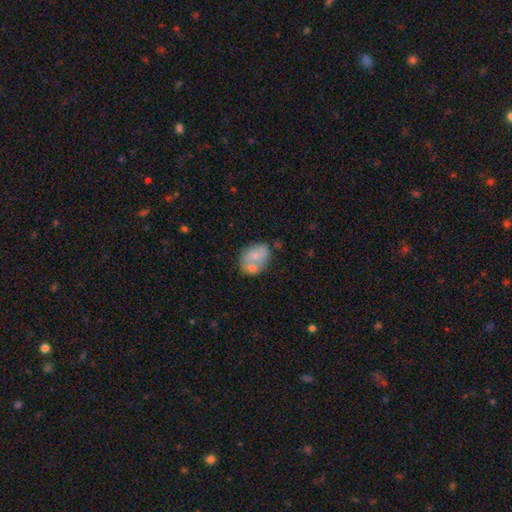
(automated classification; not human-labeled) This is likely a smooth galaxy (67%). How rounded: likely in between (64%). Merging: marginally none (40%).